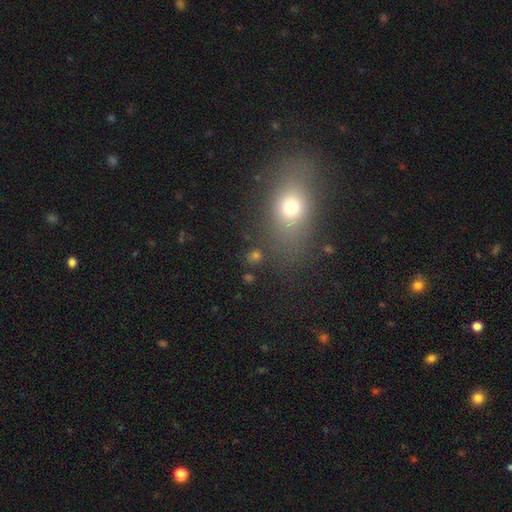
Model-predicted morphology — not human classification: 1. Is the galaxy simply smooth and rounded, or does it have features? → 60% smooth, 26% star or artifact, 14% featured or disk.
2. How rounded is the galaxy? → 49% in between, 46% round, 5% cigar-shaped.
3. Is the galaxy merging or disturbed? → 73% none, 13% minor disturbance, 8% major disturbance, 7% merger.